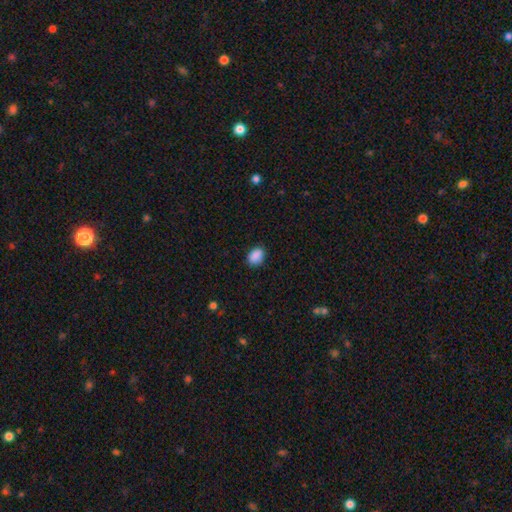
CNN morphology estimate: Overall: smooth (89%). How rounded: in between (77%). Merging: none (85%).